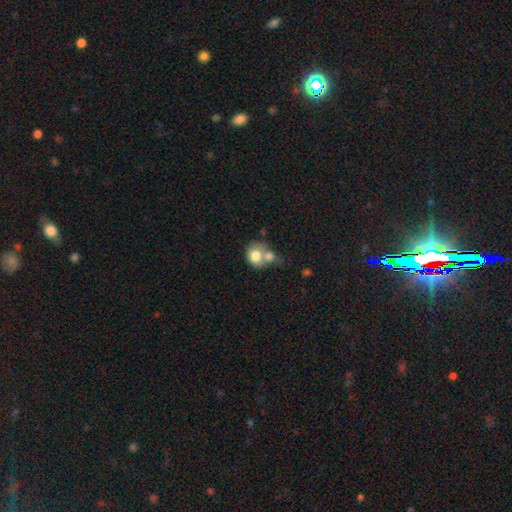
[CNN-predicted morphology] Q: Smooth or featured?
A: smooth (74%); runner-up: featured or disk (18%)
Q: How rounded?
A: round (67%); runner-up: in between (33%)
Q: Merging?
A: merger (63%); runner-up: none (23%)